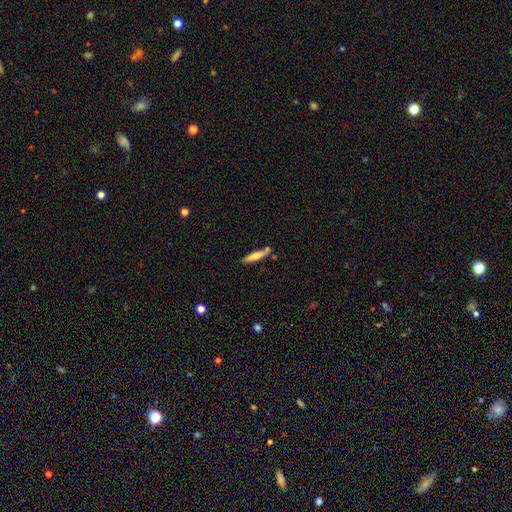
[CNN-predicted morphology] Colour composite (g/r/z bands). It shows a smooth galaxy with no disk features (63%) that is cigar-shaped (84%). Merging: none (75%).